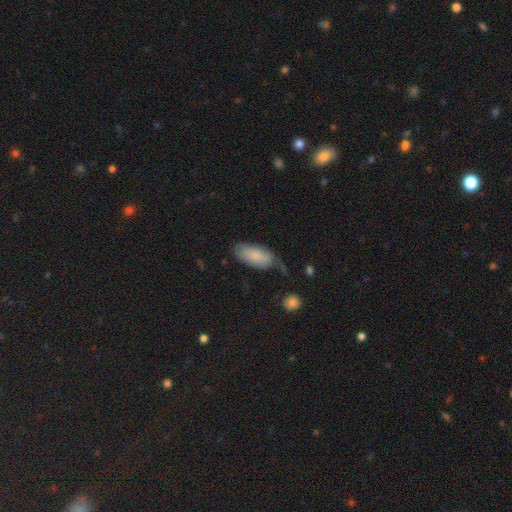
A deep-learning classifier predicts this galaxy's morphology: smooth-or-featured: smooth: 78% | featured or disk: 16% | star or artifact: 6%
  how-rounded: in between: 88% | cigar-shaped: 10% | round: 2%
  merging: none: 50% | minor disturbance: 33% | major disturbance: 11% | merger: 6%